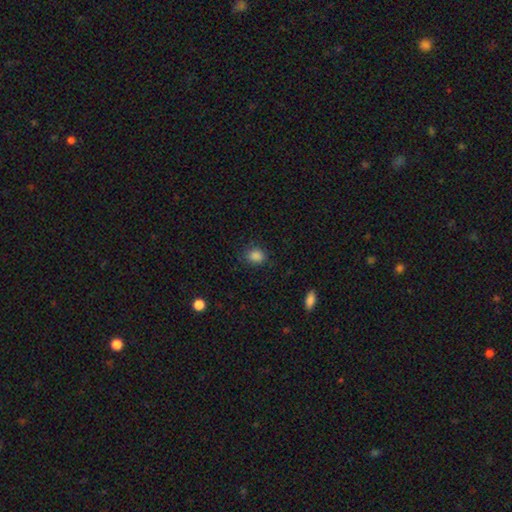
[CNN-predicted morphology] smooth-or-featured: smooth: 86% | star or artifact: 11% | featured or disk: 3%
  how-rounded: round: 57% | in between: 42% | cigar-shaped: 1%
  merging: none: 83% | minor disturbance: 12% | major disturbance: 3% | merger: 1%